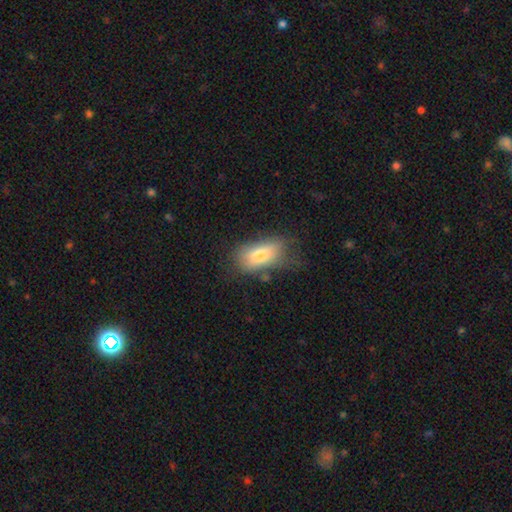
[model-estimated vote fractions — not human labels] Smooth or featured? Predicted: smooth (p=0.71). How rounded? Predicted: in between (p=0.88). Merging? Predicted: none (p=0.53).